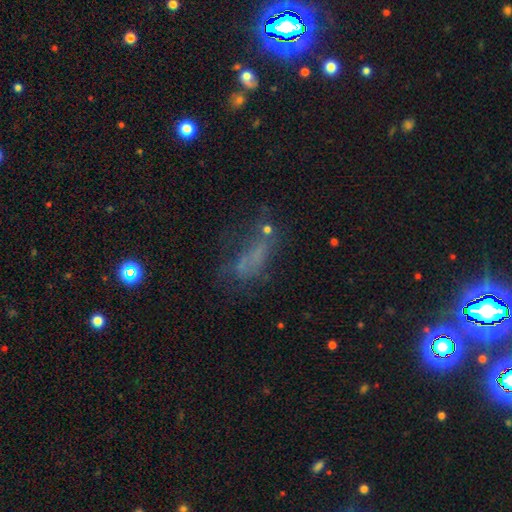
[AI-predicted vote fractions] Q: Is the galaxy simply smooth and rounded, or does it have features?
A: smooth — 43%.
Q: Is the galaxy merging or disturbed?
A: none — 37%.